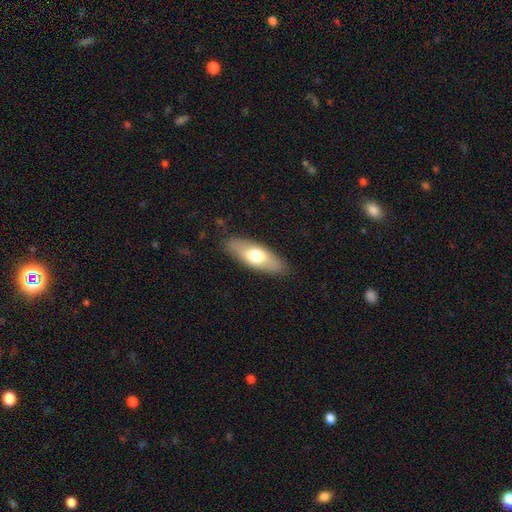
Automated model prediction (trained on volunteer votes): This is likely a smooth galaxy (62%). How rounded: likely in between (70%). Merging: clearly none (87%).